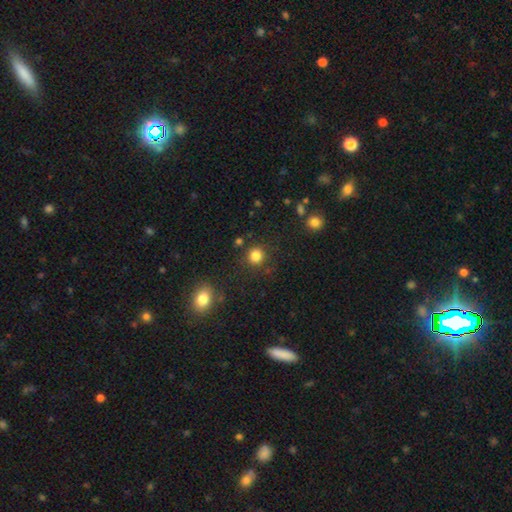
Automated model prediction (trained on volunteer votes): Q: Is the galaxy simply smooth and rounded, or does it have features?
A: smooth — 83%.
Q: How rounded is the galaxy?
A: round — 91%.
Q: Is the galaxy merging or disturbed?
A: none — 86%.